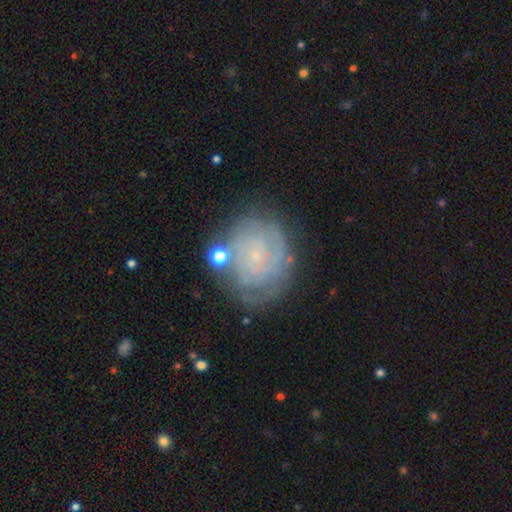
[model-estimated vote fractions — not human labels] Q: Smooth or featured?
A: featured or disk (73%); runner-up: smooth (18%)
Q: Edge-on disk?
A: no (98%); runner-up: yes (2%)
Q: Bar?
A: no (78%); runner-up: weak (18%)
Q: Spiral arms?
A: yes (88%); runner-up: no (12%)
Q: Spiral winding?
A: tight (75%); runner-up: medium (19%)
Q: Spiral arm count?
A: can't tell (45%); runner-up: 2 (15%)
Q: Bulge size?
A: small (81%); runner-up: none (11%)
Q: Merging?
A: none (69%); runner-up: minor disturbance (18%)